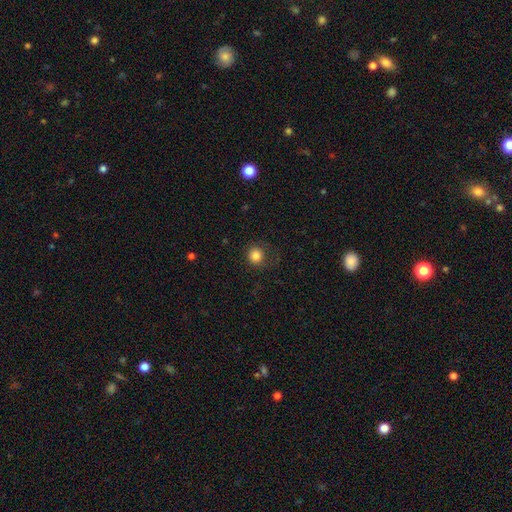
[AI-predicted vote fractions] The model was most divided on "merging": none: 77%, minor disturbance: 13%, major disturbance: 8%, merger: 1%. More confident: how rounded — round (91%); smooth or featured — smooth (83%).